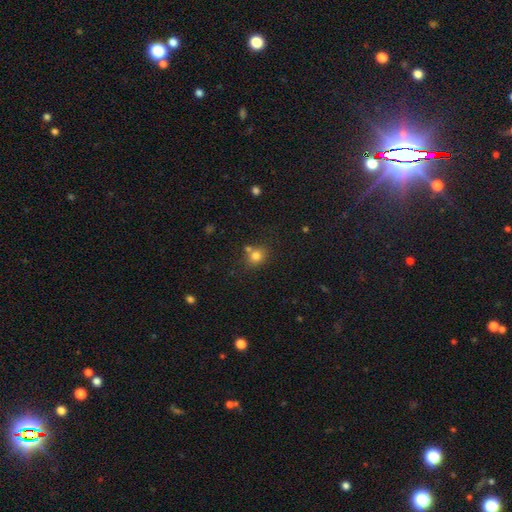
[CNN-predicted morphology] Smooth or featured: smooth — 78% (star or artifact — 14%)
How rounded: round — 72% (in between — 27%)
Merging: none — 64% (merger — 20%)